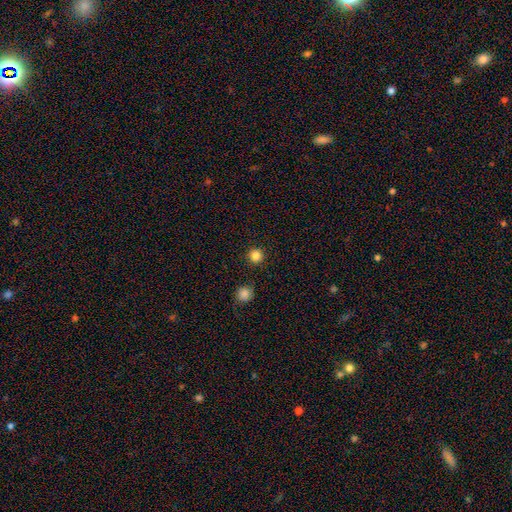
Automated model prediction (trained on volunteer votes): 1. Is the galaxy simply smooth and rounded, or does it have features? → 84% smooth, 12% star or artifact, 3% featured or disk.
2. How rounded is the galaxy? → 96% round, 3% in between, 1% cigar-shaped.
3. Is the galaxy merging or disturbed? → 91% none, 5% minor disturbance, 2% merger, 2% major disturbance.